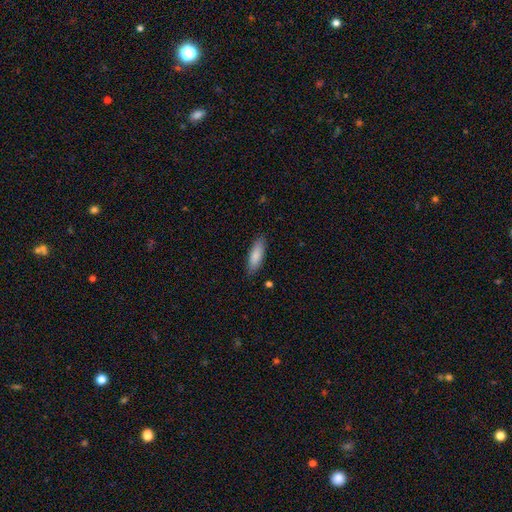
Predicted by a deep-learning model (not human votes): Smooth or featured: smooth — 85% (featured or disk — 9%)
How rounded: in between — 60% (cigar-shaped — 39%)
Merging: none — 85% (minor disturbance — 12%)